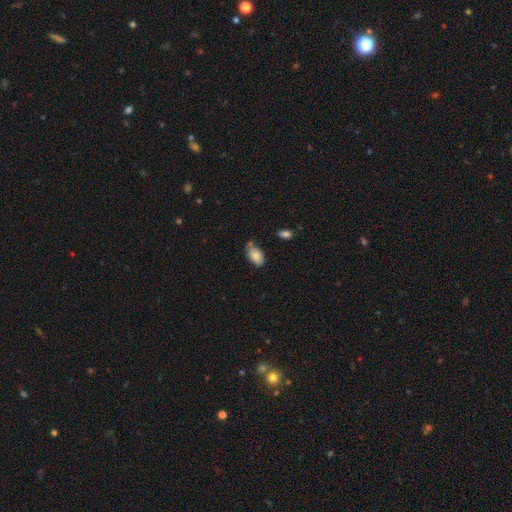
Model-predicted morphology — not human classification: A smooth galaxy with no disk features (82%) that is in between round and cigar-shaped (92%). Merging: none (55%).